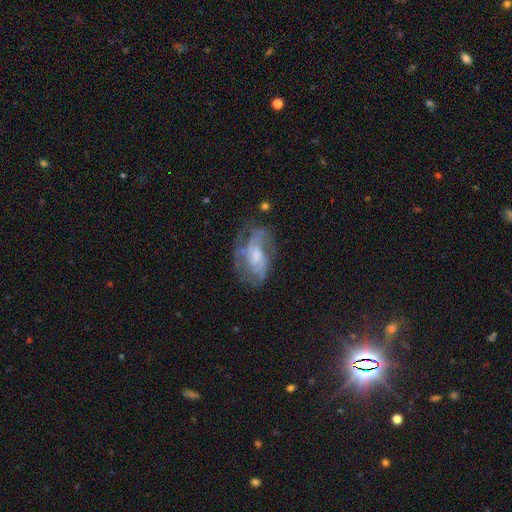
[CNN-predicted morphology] smooth_or_featured: featured or disk (p=0.73) [alt: smooth p=0.19]
disk_edge_on: no (p=0.96) [alt: yes p=0.04]
bar: no (p=0.54) [alt: weak p=0.37]
has_spiral_arms: yes (p=0.79) [alt: no p=0.21]
spiral_winding: medium (p=0.45) [alt: tight p=0.32]
spiral_arm_count: can't tell (p=0.35) [alt: 2 p=0.34]
bulge_size: moderate (p=0.41) [alt: small p=0.30]
merging: none (p=0.51) [alt: minor disturbance p=0.24]